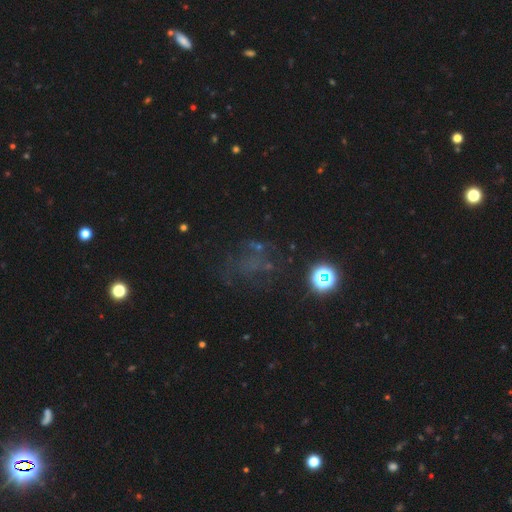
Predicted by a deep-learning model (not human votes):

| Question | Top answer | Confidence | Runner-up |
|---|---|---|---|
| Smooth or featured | star or artifact | 46% | featured or disk (27%) |